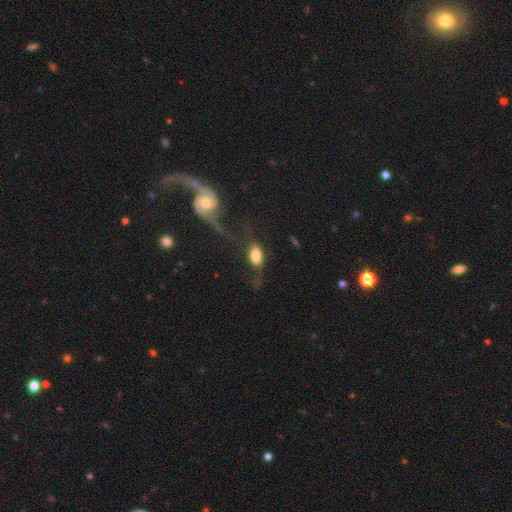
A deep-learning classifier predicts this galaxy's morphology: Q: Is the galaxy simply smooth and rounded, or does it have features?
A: smooth — 70%.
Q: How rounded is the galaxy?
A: in between — 89%.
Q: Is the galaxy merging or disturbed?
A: none — 37%.